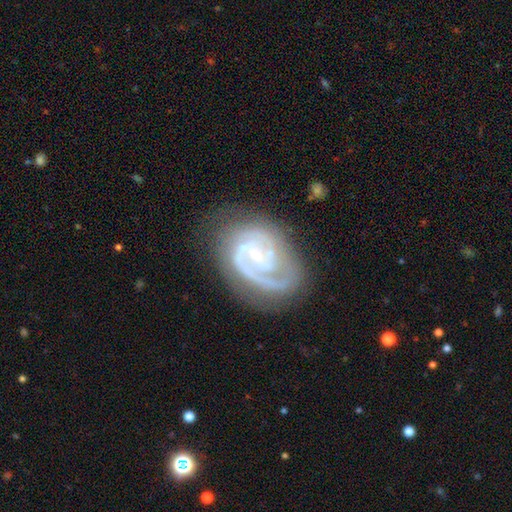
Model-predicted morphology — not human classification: A featured or disk galaxy (88%) with no bar (49%), 2 (44%) tight (53%) spiral arms (96%) and a small central bulge (75%). Merging: none (60%).